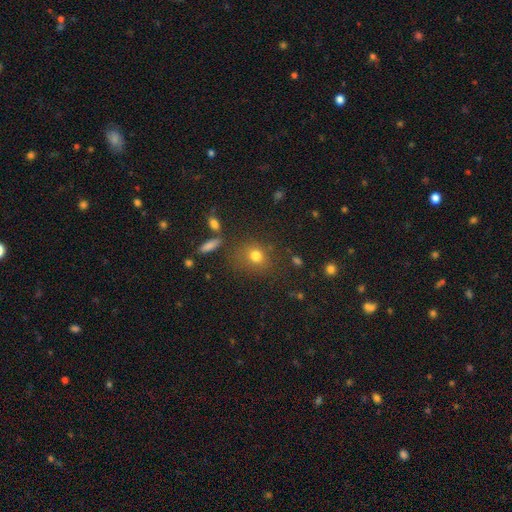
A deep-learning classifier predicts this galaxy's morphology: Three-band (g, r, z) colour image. It shows a smooth galaxy with no disk features (77%) that is round (75%). Merging: none (74%).